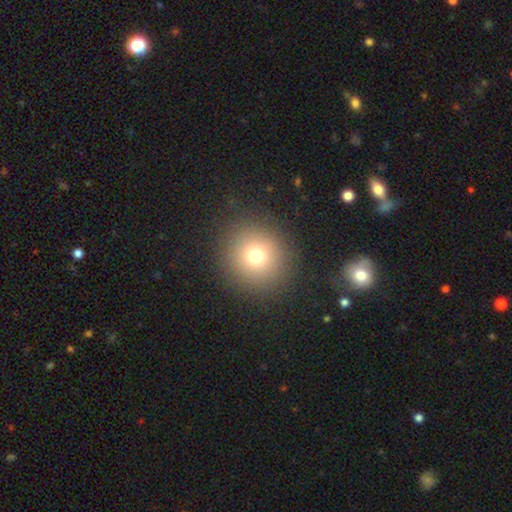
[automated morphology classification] smooth 72%, star or artifact 17%, featured or disk 11%. Down the decision tree: how rounded — round (93%); merging — none (88%).